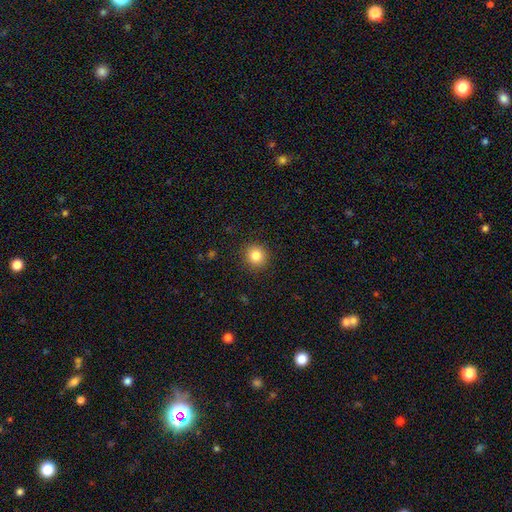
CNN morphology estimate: This appears to be a smooth galaxy with no disk features (83%) that is round (91%). Merging: none (91%).